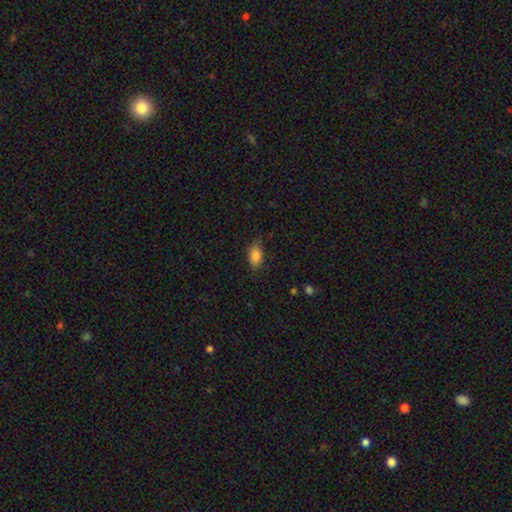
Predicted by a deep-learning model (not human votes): A smooth galaxy with no disk features (86%) that is in between round and cigar-shaped (89%).

Vote fractions:
- Smooth or featured? smooth: 86% / star or artifact: 8% / featured or disk: 6%
- How rounded? in between: 89% / round: 7% / cigar-shaped: 4%
- Merging? none: 79% / minor disturbance: 16% / major disturbance: 4% / merger: 1%